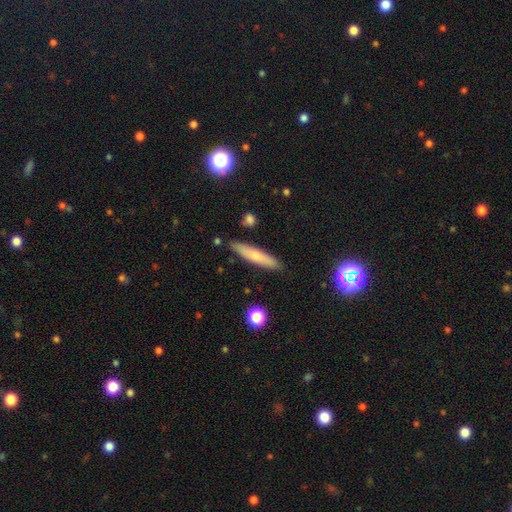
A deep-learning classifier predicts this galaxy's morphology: Smooth or featured?
  - smooth: 63% *
  - featured or disk: 30%
  - star or artifact: 7%
How rounded?
  - cigar-shaped: 88% *
  - in between: 10%
  - round: 2%
Merging?
  - none: 87% *
  - minor disturbance: 9%
  - merger: 2%
  - major disturbance: 2%